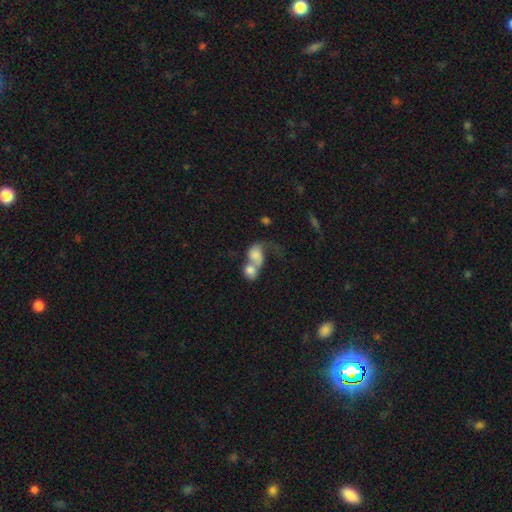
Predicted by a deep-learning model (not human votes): This is likely a smooth galaxy (63%). How rounded: possibly in between (49%, tied with round). Merging: likely merger (79%).